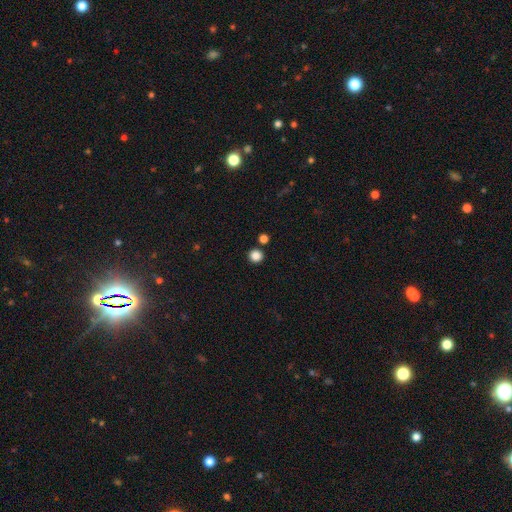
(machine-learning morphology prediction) Q: Smooth or featured?
A: smooth (85%); runner-up: star or artifact (11%)
Q: How rounded?
A: round (94%); runner-up: in between (5%)
Q: Merging?
A: none (87%); runner-up: merger (6%)